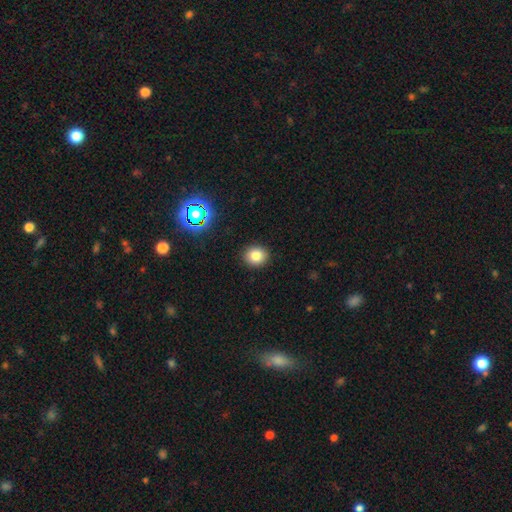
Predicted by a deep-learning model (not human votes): Smooth or featured: smooth — 81% (star or artifact — 13%)
How rounded: round — 76% (in between — 24%)
Merging: none — 91% (minor disturbance — 6%)